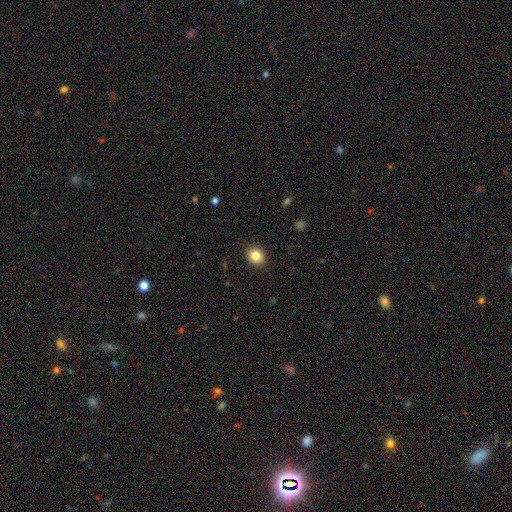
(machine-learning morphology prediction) Smooth or featured? smooth (85%)
How rounded? round (67%)
Merging? none (89%)